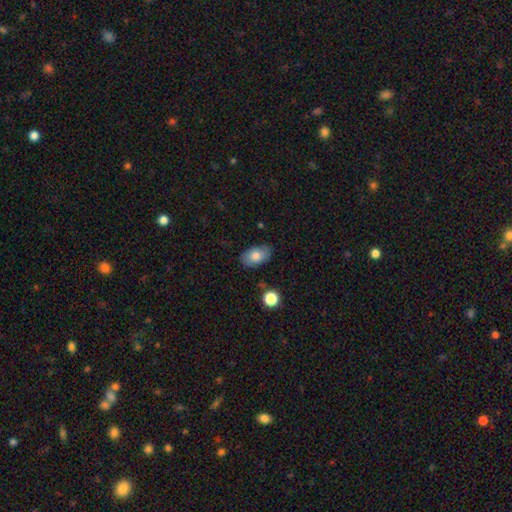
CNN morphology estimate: Smooth or featured: smooth — 78% (featured or disk — 15%)
How rounded: in between — 90% (round — 8%)
Merging: none — 81% (minor disturbance — 14%)